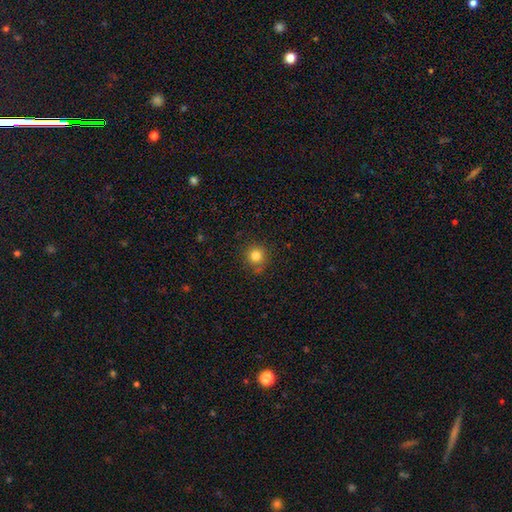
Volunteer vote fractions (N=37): Smooth or featured? smooth (89%)
How rounded? round (91%)
Merging? none (86%)